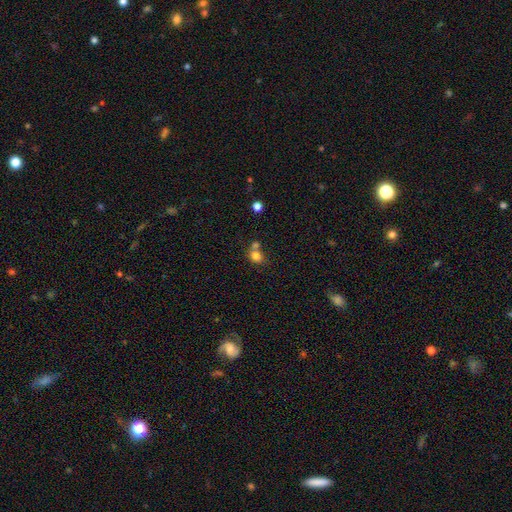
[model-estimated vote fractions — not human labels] smooth_or_featured: smooth (p=0.80) [alt: star or artifact p=0.12]
how_rounded: round (p=0.62) [alt: in between p=0.37]
merging: none (p=0.47) [alt: merger p=0.38]